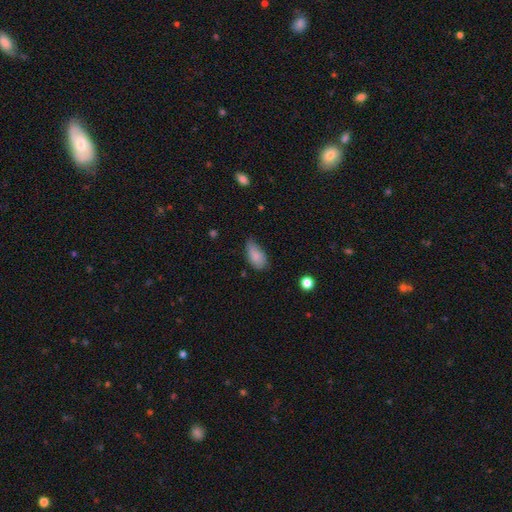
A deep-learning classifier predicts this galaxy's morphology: smooth_or_featured: smooth (p=0.83) [alt: featured or disk p=0.10]
how_rounded: in between (p=0.92) [alt: cigar-shaped p=0.04]
merging: none (p=0.51) [alt: minor disturbance p=0.40]